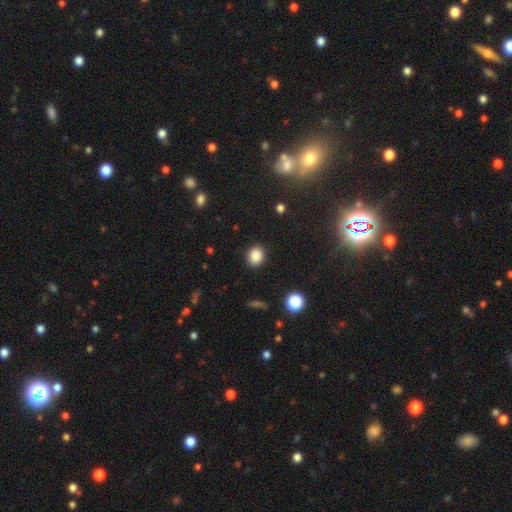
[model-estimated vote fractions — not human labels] A smooth galaxy with no disk features (86%) that is round (56%).

Vote fractions:
- Smooth or featured? smooth: 86% / star or artifact: 10% / featured or disk: 4%
- How rounded? round: 56% / in between: 43% / cigar-shaped: 1%
- Merging? none: 89% / minor disturbance: 7% / major disturbance: 2% / merger: 1%